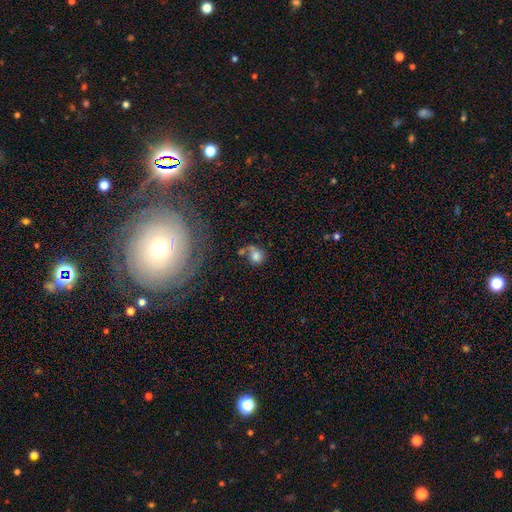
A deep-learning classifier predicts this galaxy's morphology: smooth_or_featured: smooth (p=0.75) [alt: star or artifact p=0.13]
how_rounded: round (p=0.75) [alt: in between p=0.23]
merging: none (p=0.41) [alt: merger p=0.26]